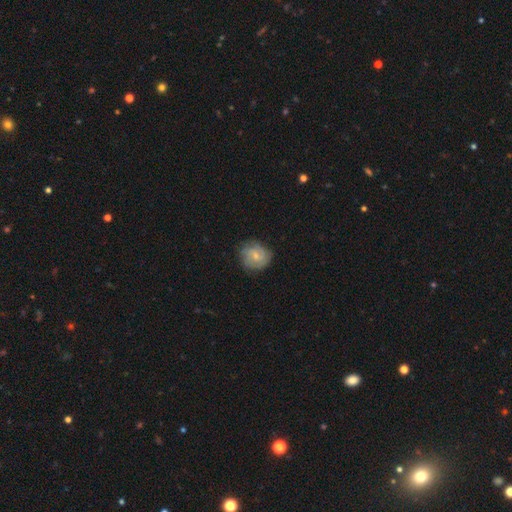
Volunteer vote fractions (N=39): Overall: featured or disk (59%; smooth 41%). Edge-on disk: no (100%). Bar: no (61%; weak 35%). Spiral arms: yes (87%). Spiral arm count: 2 (40%; can't tell 35%). Spiral winding: tight (80%). Bulge size: moderate (48%, tied with small). Merging: none (77%).